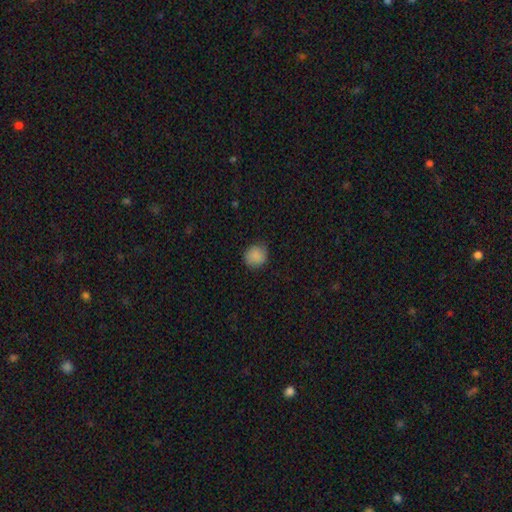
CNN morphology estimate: Smooth or featured? smooth (87%)
How rounded? round (86%)
Merging? none (82%)